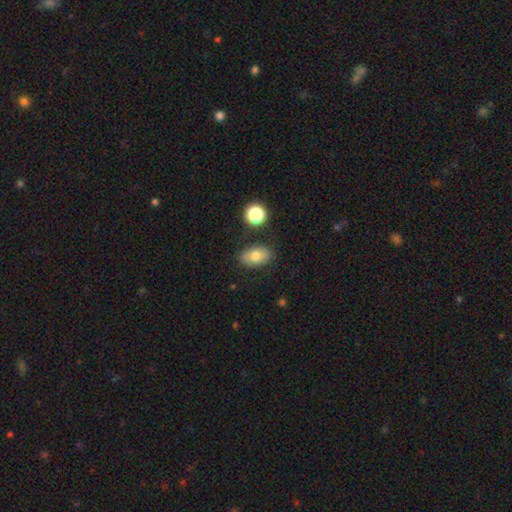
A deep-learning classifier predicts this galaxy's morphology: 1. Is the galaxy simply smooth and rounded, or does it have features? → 73% smooth, 18% featured or disk, 9% star or artifact.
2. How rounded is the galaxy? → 86% in between, 13% round, 2% cigar-shaped.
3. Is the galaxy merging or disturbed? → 81% none, 13% minor disturbance, 3% merger, 3% major disturbance.